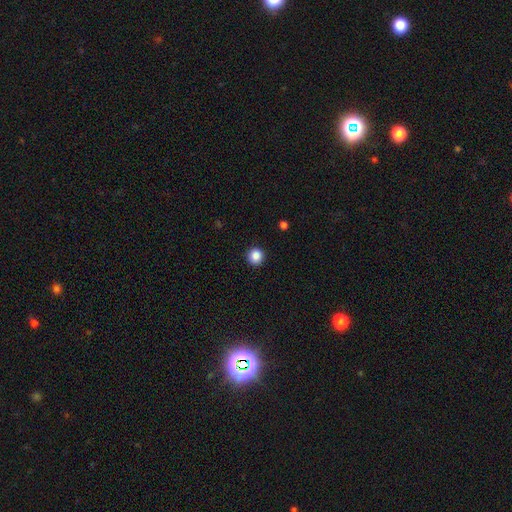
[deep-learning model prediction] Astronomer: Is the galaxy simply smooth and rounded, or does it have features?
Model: smooth — 87%.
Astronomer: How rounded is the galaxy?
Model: round — 93%.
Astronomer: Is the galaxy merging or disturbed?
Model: none — 92%.